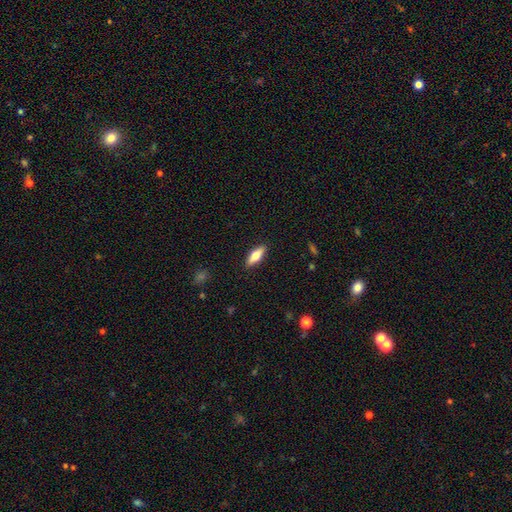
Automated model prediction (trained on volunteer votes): smooth-or-featured: smooth: 63% | featured or disk: 31% | star or artifact: 6%
  how-rounded: in between: 59% | cigar-shaped: 39% | round: 2%
  merging: none: 89% | minor disturbance: 8% | major disturbance: 2% | merger: 1%